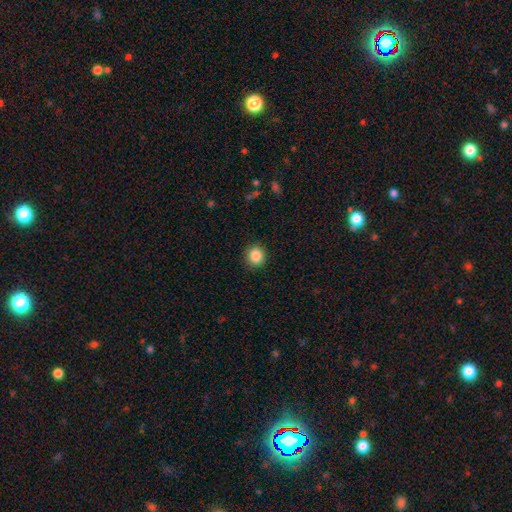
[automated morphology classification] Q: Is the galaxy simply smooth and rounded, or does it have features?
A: smooth — 87%.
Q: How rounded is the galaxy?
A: round — 85%.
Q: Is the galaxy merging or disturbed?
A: none — 91%.